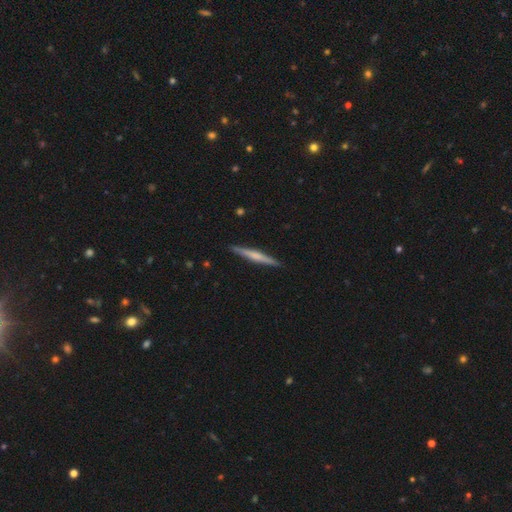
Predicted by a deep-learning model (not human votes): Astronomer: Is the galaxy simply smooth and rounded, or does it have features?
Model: featured or disk — 52% (runner-up: smooth, 42%).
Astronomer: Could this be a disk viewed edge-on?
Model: yes — 98%.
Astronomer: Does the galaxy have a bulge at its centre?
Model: rounded — 42% (runner-up: none, 41%).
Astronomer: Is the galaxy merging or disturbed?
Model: none — 91%.